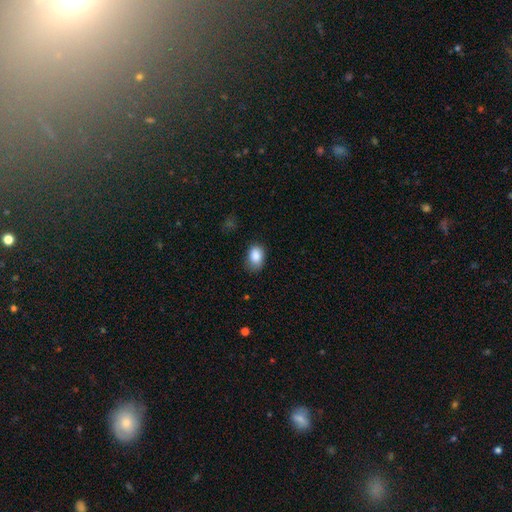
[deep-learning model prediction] This appears to be a smooth galaxy with no disk features (87%) that is in between round and cigar-shaped (77%). Merging: none (69%).